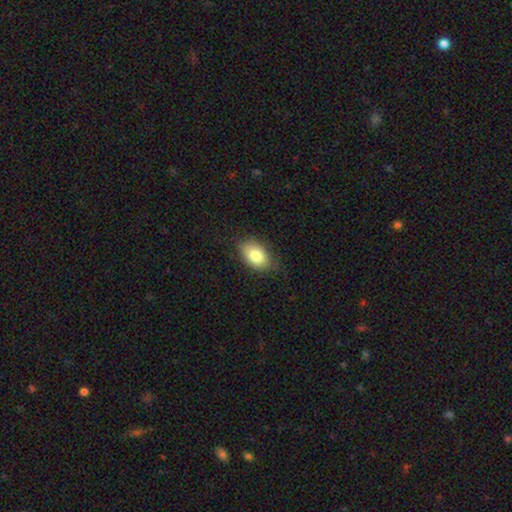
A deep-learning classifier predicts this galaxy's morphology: smooth-or-featured: smooth: 81% | featured or disk: 11% | star or artifact: 8%
  how-rounded: in between: 87% | round: 12% | cigar-shaped: 1%
  merging: none: 78% | minor disturbance: 17% | major disturbance: 4% | merger: 1%